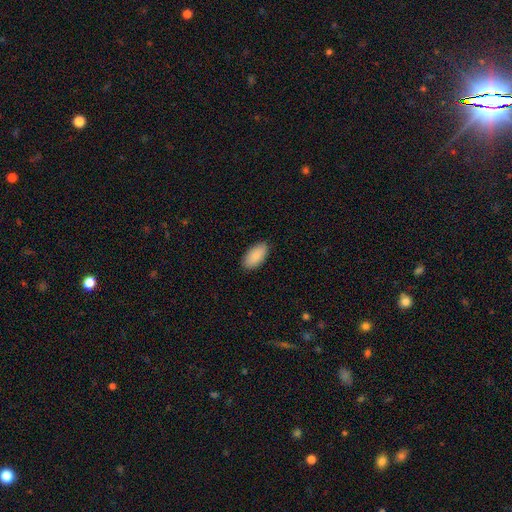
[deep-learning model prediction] Smooth or featured?
  - smooth: 89% *
  - star or artifact: 6%
  - featured or disk: 5%
How rounded?
  - in between: 95% *
  - cigar-shaped: 3%
  - round: 2%
Merging?
  - none: 88% *
  - minor disturbance: 9%
  - major disturbance: 2%
  - merger: 1%